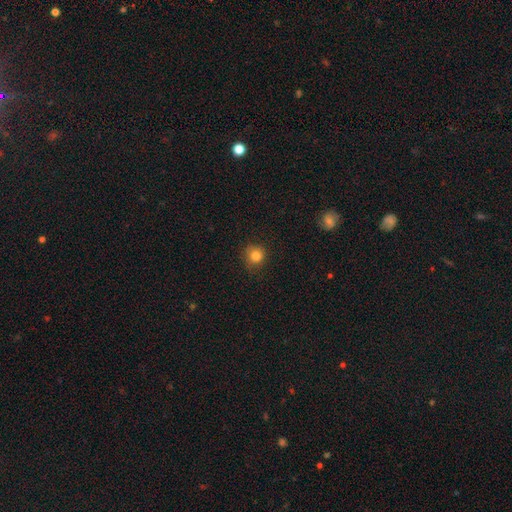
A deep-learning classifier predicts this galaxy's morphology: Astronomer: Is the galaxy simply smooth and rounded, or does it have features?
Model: smooth — 83%.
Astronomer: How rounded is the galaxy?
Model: round — 91%.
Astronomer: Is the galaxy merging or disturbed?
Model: none — 84%.